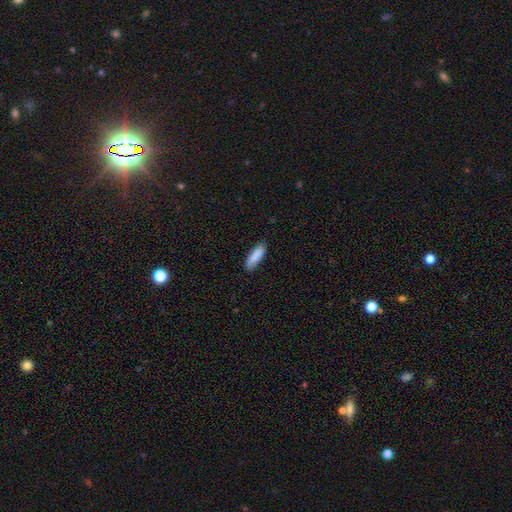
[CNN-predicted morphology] Smooth or featured?
  - smooth: 88% *
  - star or artifact: 6%
  - featured or disk: 6%
How rounded?
  - cigar-shaped: 59% *
  - in between: 40%
  - round: 1%
Merging?
  - none: 83% *
  - minor disturbance: 14%
  - major disturbance: 2%
  - merger: 1%